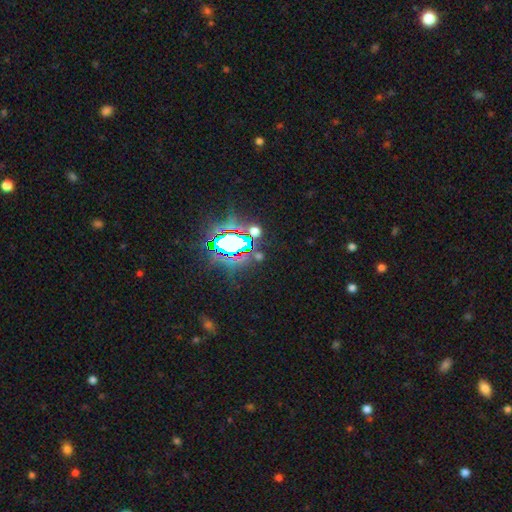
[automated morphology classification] Overall: star or artifact (76%).